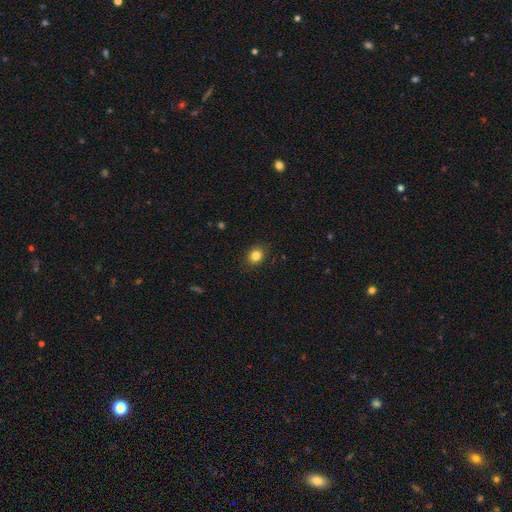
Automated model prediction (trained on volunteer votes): smooth-or-featured: smooth: 83% | star or artifact: 11% | featured or disk: 6%
  how-rounded: round: 62% | in between: 37% | cigar-shaped: 1%
  merging: none: 88% | minor disturbance: 9% | major disturbance: 2% | merger: 1%